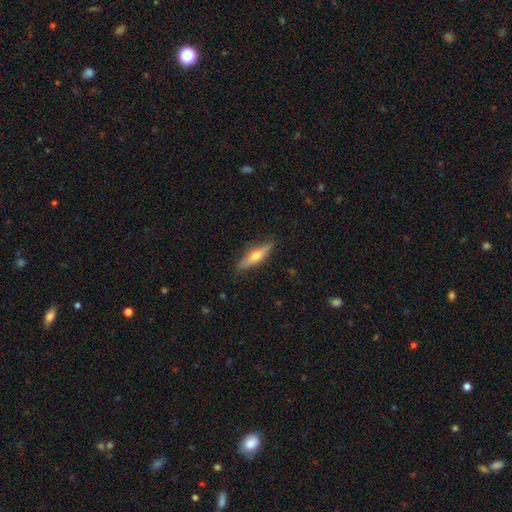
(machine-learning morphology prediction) type=featured or disk (51%); edge-on=yes (92%); merging=none (87%).